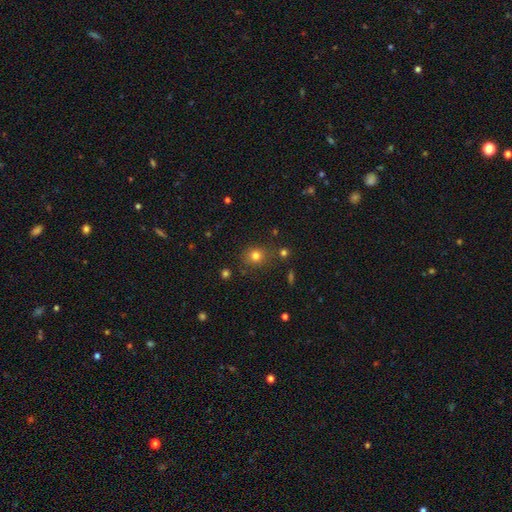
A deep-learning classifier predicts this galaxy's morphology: A smooth galaxy with no disk features (77%) that is round (73%). Merging: none (77%).